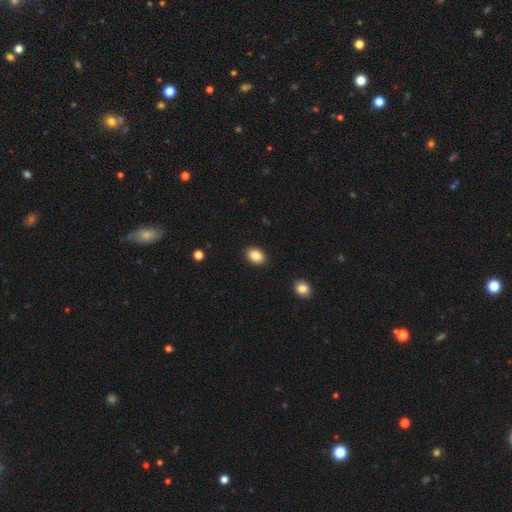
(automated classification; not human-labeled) Q: Smooth or featured?
A: smooth (88%); runner-up: star or artifact (8%)
Q: How rounded?
A: in between (78%); runner-up: round (21%)
Q: Merging?
A: none (90%); runner-up: minor disturbance (7%)